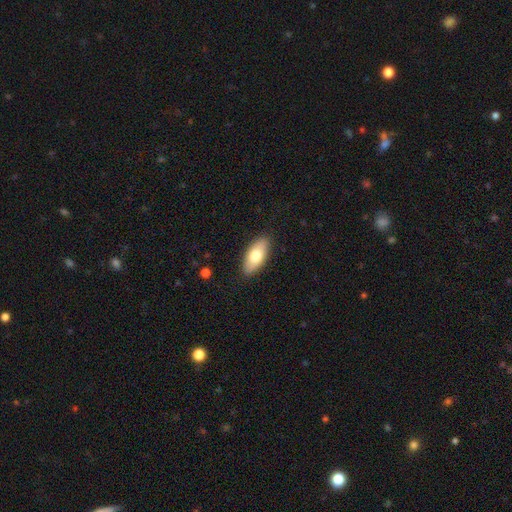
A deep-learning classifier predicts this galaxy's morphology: A smooth galaxy with no disk features (74%) that is in between round and cigar-shaped (89%).

Vote fractions:
- Smooth or featured? smooth: 74% / featured or disk: 20% / star or artifact: 6%
- How rounded? in between: 89% / cigar-shaped: 9% / round: 2%
- Merging? none: 88% / minor disturbance: 9% / major disturbance: 2% / merger: 1%